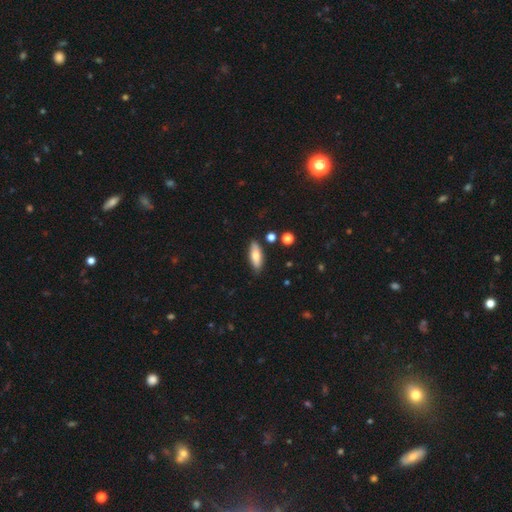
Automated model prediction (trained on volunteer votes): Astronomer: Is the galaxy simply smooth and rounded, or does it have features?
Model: smooth — 73%.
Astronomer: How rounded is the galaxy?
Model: in between — 68%.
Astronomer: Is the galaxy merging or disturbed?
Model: none — 83%.